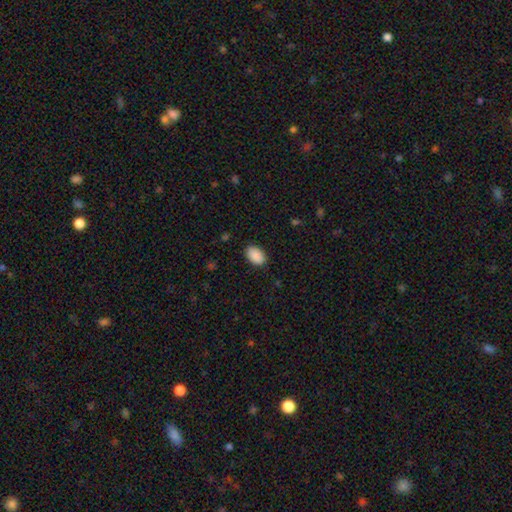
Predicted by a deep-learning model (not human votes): smooth_or_featured: smooth (p=0.90) [alt: star or artifact p=0.07]
how_rounded: in between (p=0.92) [alt: round p=0.07]
merging: none (p=0.87) [alt: minor disturbance p=0.10]